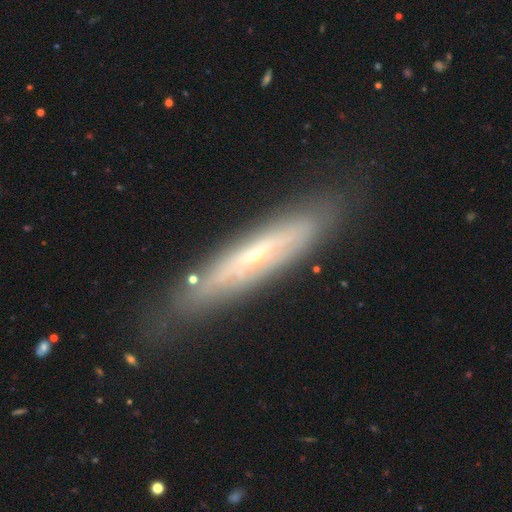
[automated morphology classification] A featured or disk galaxy (71%) viewed edge-on (64%).

Vote fractions:
- Smooth or featured? featured or disk: 71% / smooth: 22% / star or artifact: 8%
- Edge-on disk? yes: 64% / no: 36%
- Merging? none: 76% / minor disturbance: 17% / major disturbance: 5% / merger: 2%